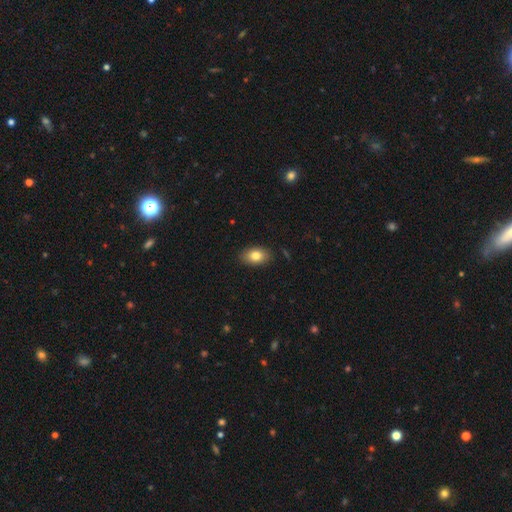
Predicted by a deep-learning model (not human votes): smooth_or_featured: smooth (p=0.81) [alt: featured or disk p=0.11]
how_rounded: in between (p=0.87) [alt: round p=0.11]
merging: none (p=0.87) [alt: minor disturbance p=0.10]